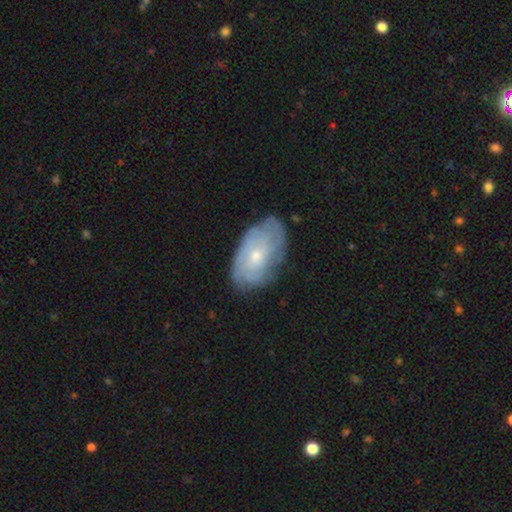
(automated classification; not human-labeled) Smooth or featured: featured or disk — 71% (smooth — 23%)
Edge-on disk: no — 95% (yes — 5%)
Bar: no — 77% (weak — 20%)
Spiral arms: yes — 88% (no — 12%)
Spiral winding: tight — 71% (medium — 22%)
Spiral arm count: can't tell — 52% (2 — 14%)
Bulge size: small — 57% (moderate — 39%)
Merging: none — 74% (minor disturbance — 20%)